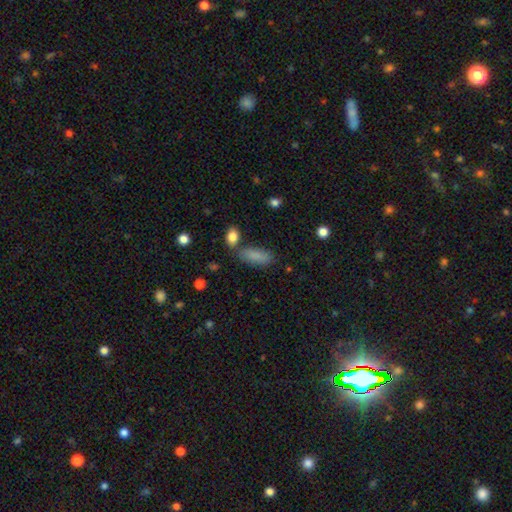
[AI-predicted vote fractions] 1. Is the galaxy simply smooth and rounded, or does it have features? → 86% smooth, 8% star or artifact, 6% featured or disk.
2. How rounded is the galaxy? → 74% in between, 23% cigar-shaped, 3% round.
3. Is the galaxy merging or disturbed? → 71% none, 15% minor disturbance, 10% merger, 4% major disturbance.